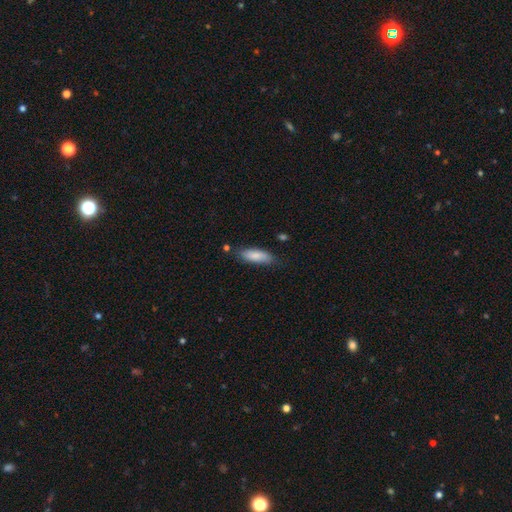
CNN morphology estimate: This is clearly a smooth galaxy (82%). How rounded: likely in between (64%). Merging: likely none (74%).